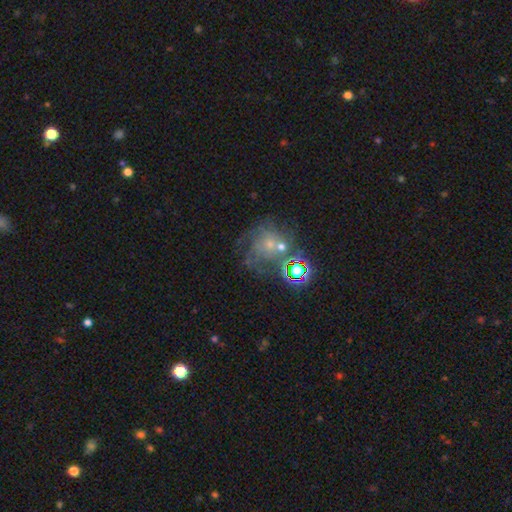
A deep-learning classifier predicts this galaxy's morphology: Q: Smooth or featured?
A: featured or disk (44%); runner-up: star or artifact (35%)
Q: Merging?
A: none (51%); runner-up: major disturbance (20%)